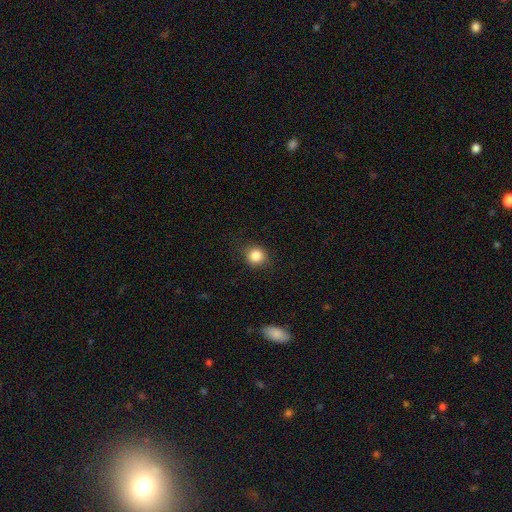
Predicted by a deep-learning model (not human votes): Smooth or featured?
  - smooth: 85% *
  - star or artifact: 10%
  - featured or disk: 5%
How rounded?
  - round: 86% *
  - in between: 13%
  - cigar-shaped: 1%
Merging?
  - none: 86% *
  - minor disturbance: 10%
  - major disturbance: 3%
  - merger: 1%